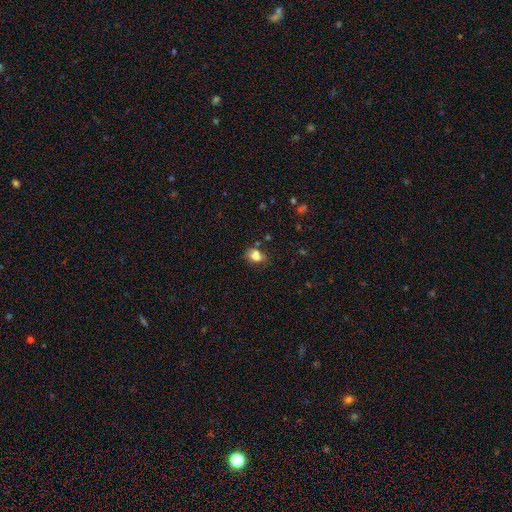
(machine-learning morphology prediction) Smooth or featured: smooth — 75% (star or artifact — 13%)
How rounded: in between — 64% (round — 34%)
Merging: none — 53% (minor disturbance — 23%)